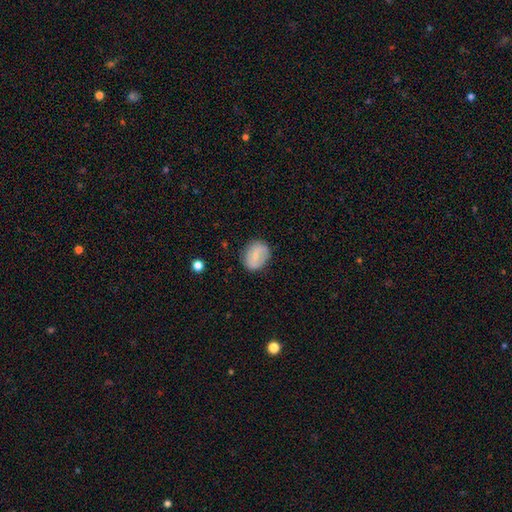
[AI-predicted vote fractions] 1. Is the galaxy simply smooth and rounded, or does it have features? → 62% smooth, 30% featured or disk, 8% star or artifact.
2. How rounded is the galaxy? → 53% in between, 46% round, 1% cigar-shaped.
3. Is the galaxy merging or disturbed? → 80% none, 15% minor disturbance, 4% major disturbance, 1% merger.